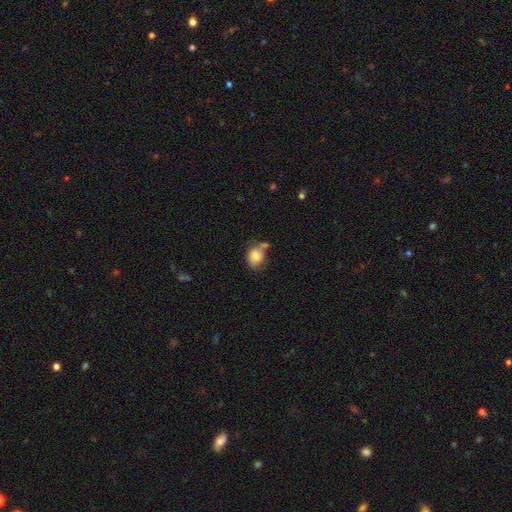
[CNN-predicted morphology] smooth-or-featured: smooth: 81% | featured or disk: 10% | star or artifact: 9%
  how-rounded: round: 56% | in between: 43% | cigar-shaped: 1%
  merging: none: 47% | minor disturbance: 22% | merger: 22% | major disturbance: 8%